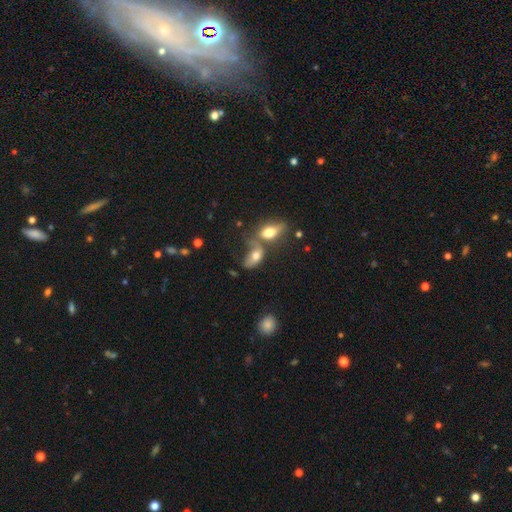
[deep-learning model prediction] A smooth galaxy with no disk features (66%) that is in between round and cigar-shaped (87%). Merging: merger (50%).